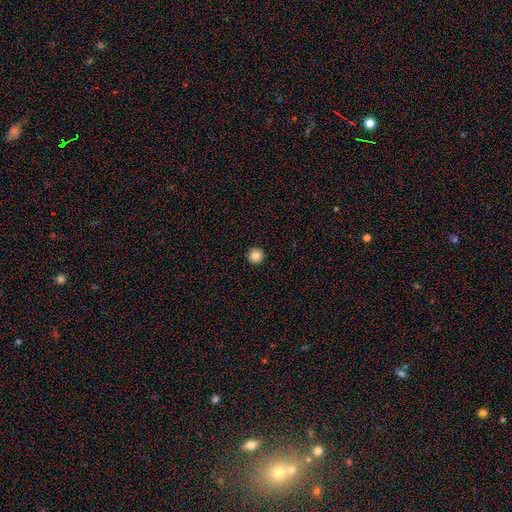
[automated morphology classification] This is clearly a smooth galaxy (84%). How rounded: clearly round (97%). Merging: clearly none (94%).